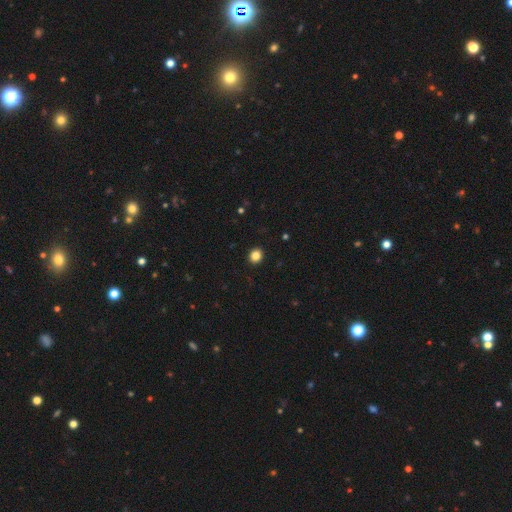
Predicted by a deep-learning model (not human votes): smooth 85%, star or artifact 11%, featured or disk 4%. Down the decision tree: how rounded — round (79%); merging — none (92%).